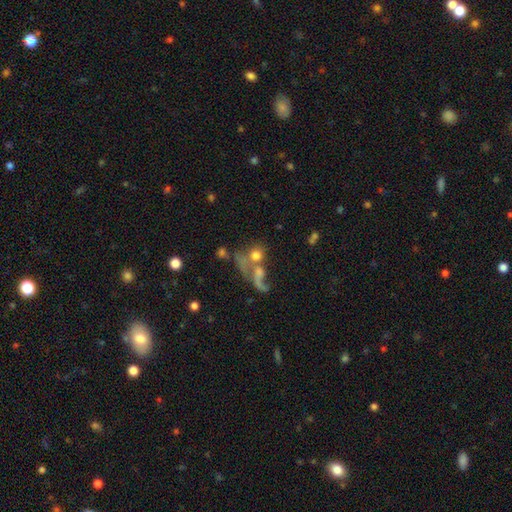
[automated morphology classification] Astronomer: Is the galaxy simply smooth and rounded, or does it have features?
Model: smooth — 59%.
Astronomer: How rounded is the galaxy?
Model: round — 73%.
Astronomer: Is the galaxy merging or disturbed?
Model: merger — 49% (runner-up: none, 25%).